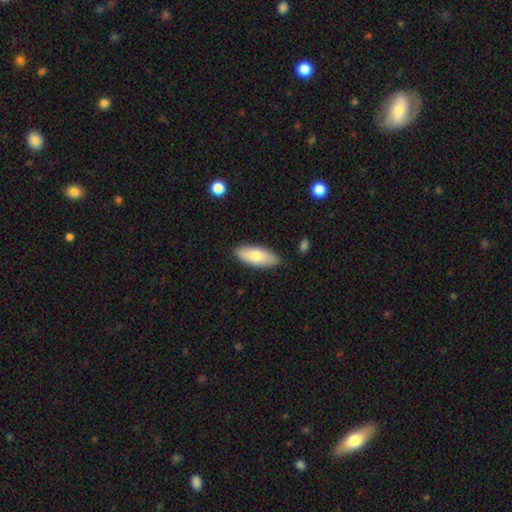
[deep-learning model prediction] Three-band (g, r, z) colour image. It shows a smooth galaxy with no disk features (78%) that is in between round and cigar-shaped (78%). Merging: none (86%).